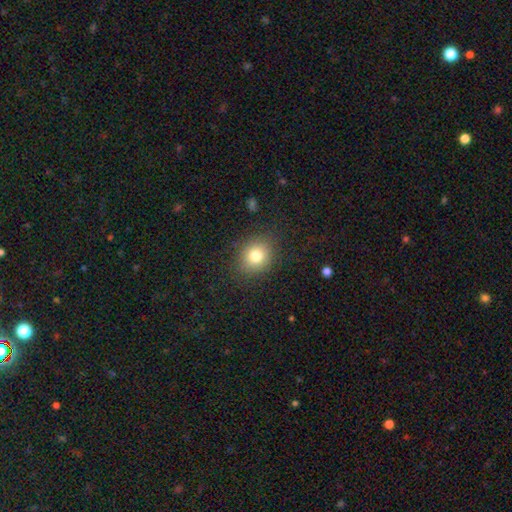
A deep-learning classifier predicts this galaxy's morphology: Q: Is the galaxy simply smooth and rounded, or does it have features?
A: smooth — 78%.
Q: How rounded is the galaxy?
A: round — 65%.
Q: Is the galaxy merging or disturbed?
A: none — 85%.